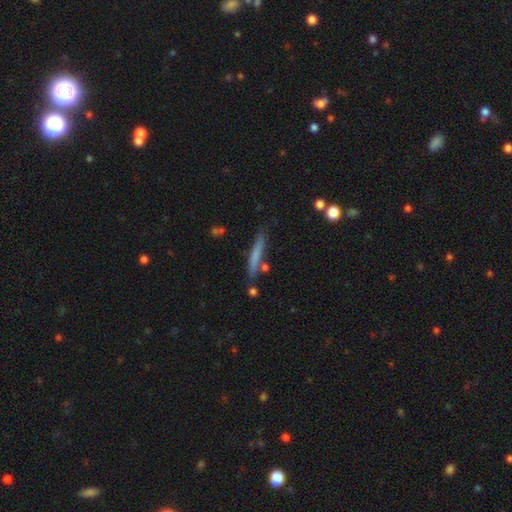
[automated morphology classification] Overall: smooth (65%; featured or disk 28%). How rounded: cigar-shaped (93%). Merging: none (78%).